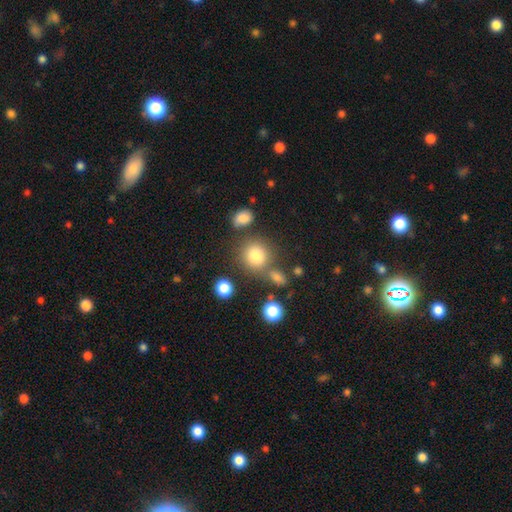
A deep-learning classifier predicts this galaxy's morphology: Smooth or featured? Predicted: smooth (p=0.81). How rounded? Predicted: round (p=0.85). Merging? Predicted: none (p=0.69).